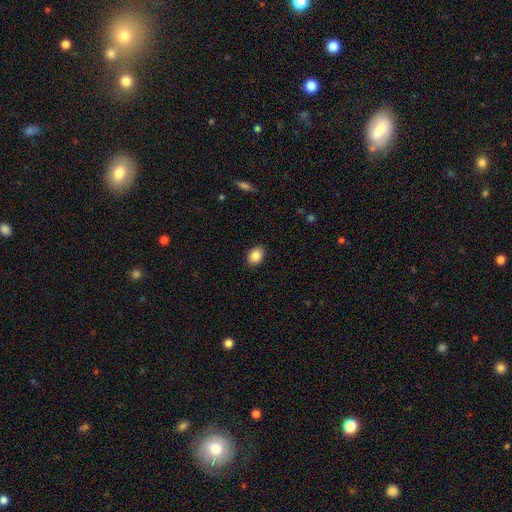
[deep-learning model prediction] smooth 86%, star or artifact 8%, featured or disk 6%. Down the decision tree: how rounded — in between (72%); merging — none (89%).